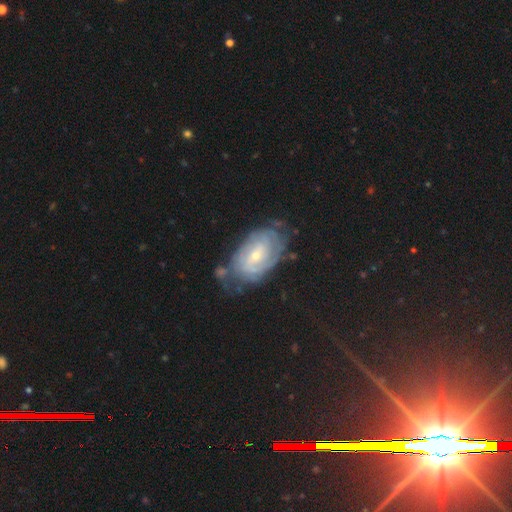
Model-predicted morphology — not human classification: A featured or disk galaxy (79%) with no bar (48%), tight (74%) spiral arms (90%) and a small central bulge (64%).

Vote fractions:
- Smooth or featured? featured or disk: 79% / smooth: 15% / star or artifact: 7%
- Edge-on disk? no: 95% / yes: 5%
- Bar? no: 48% / weak: 41% / strong: 11%
- Spiral arms? yes: 90% / no: 10%
- Spiral winding? tight: 74% / medium: 20% / loose: 6%
- Spiral arm count? can't tell: 50% / 2: 25% / 3: 10% / 4: 7% / more than 4: 4% / 1: 4%
- Bulge size? small: 64% / moderate: 33% / large: 1% / none: 1% / dominant: 1%
- Merging? none: 60% / minor disturbance: 24% / major disturbance: 11% / merger: 5%